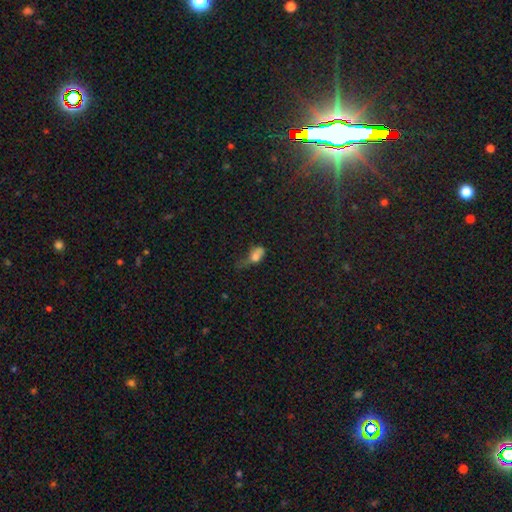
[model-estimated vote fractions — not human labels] Smooth or featured: smooth — 63% (featured or disk — 21%)
How rounded: in between — 71% (round — 20%)
Merging: major disturbance — 43% (minor disturbance — 25%)